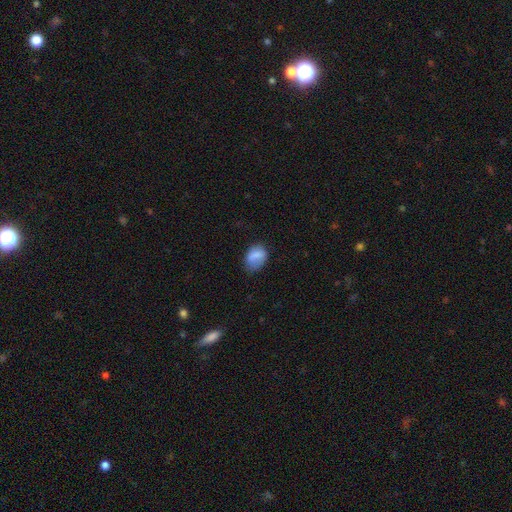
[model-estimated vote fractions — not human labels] A smooth galaxy with no disk features (79%) that is in between round and cigar-shaped (72%). Merging: none (57%).